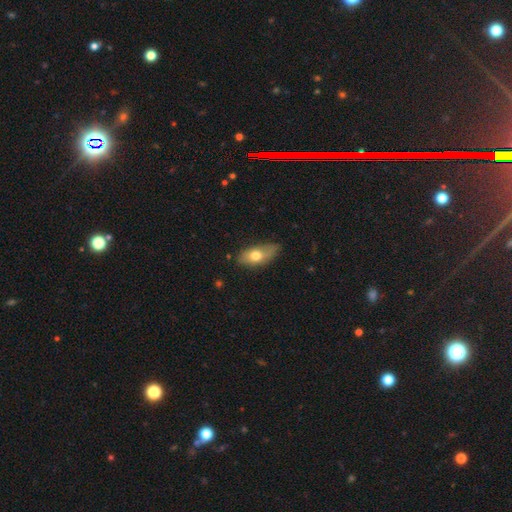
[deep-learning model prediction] Morphology: type=smooth (67%); roundness=in between (84%); merging=none (70%).